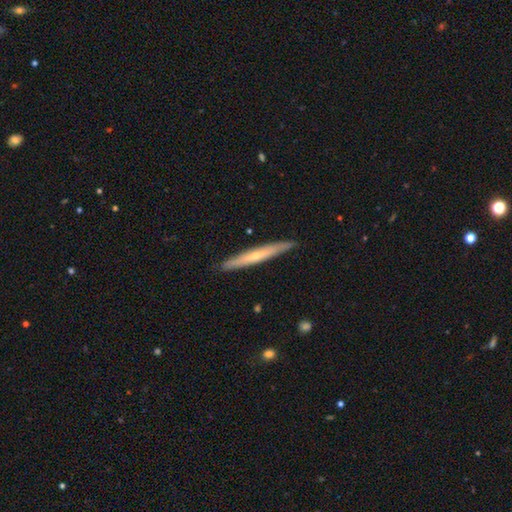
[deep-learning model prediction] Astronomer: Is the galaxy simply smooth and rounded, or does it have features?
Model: featured or disk — 53% (runner-up: smooth, 42%).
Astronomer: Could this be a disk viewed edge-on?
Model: yes — 93%.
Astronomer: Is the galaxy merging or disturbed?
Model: none — 90%.